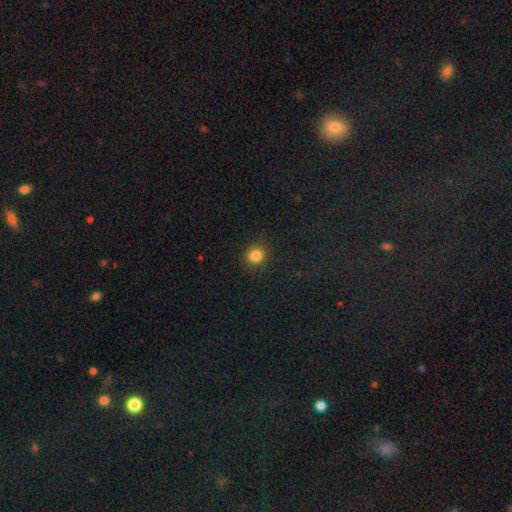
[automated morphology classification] Smooth or featured? smooth (84%)
How rounded? round (90%)
Merging? none (91%)